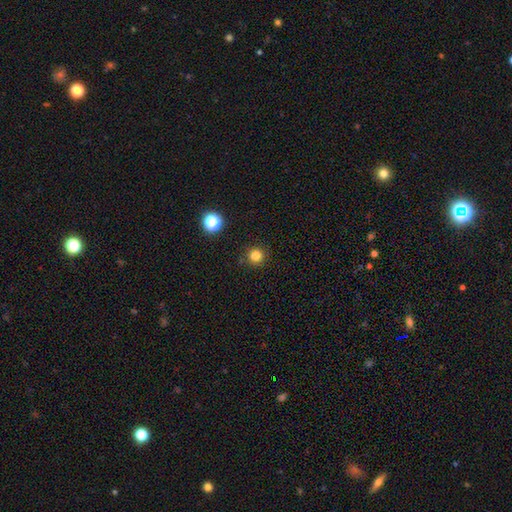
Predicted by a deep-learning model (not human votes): Morphology: type=smooth (82%); roundness=round (96%); merging=none (91%).